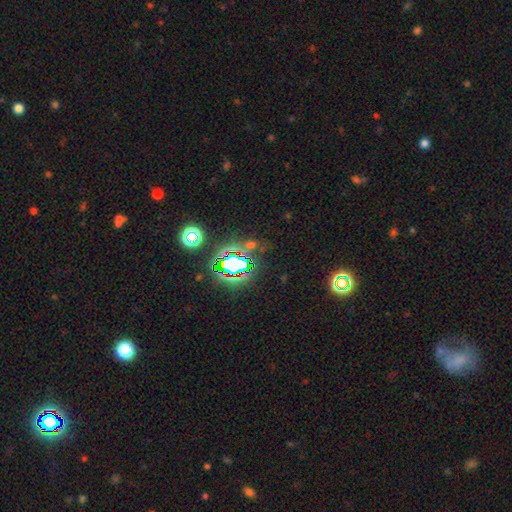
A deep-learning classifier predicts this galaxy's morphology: A star or artifact, not a galaxy (78%).